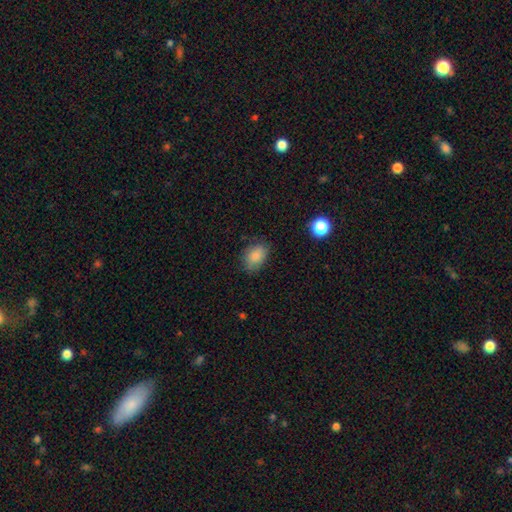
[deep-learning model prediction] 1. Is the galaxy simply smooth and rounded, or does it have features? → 84% smooth, 9% star or artifact, 7% featured or disk.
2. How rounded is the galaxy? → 75% in between, 23% round, 1% cigar-shaped.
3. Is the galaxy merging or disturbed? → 74% none, 19% minor disturbance, 5% major disturbance, 1% merger.